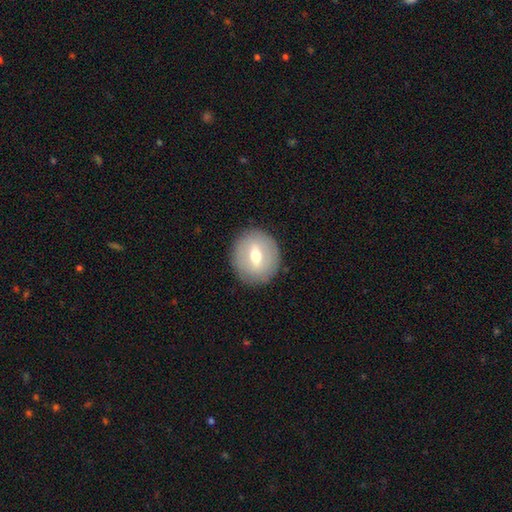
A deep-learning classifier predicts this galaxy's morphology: type=smooth (49%); merging=none (86%).